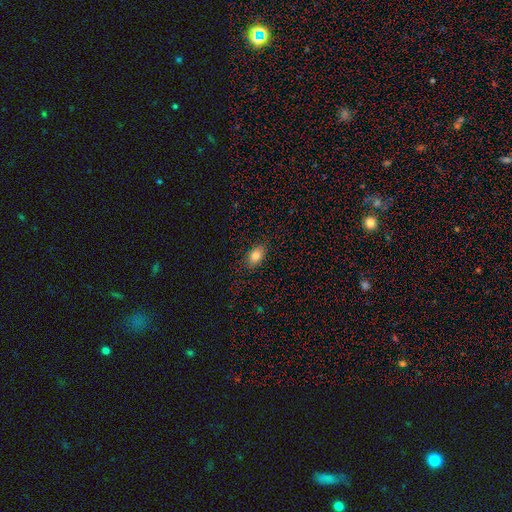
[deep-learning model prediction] Smooth or featured? smooth (82%)
How rounded? in between (84%)
Merging? none (86%)